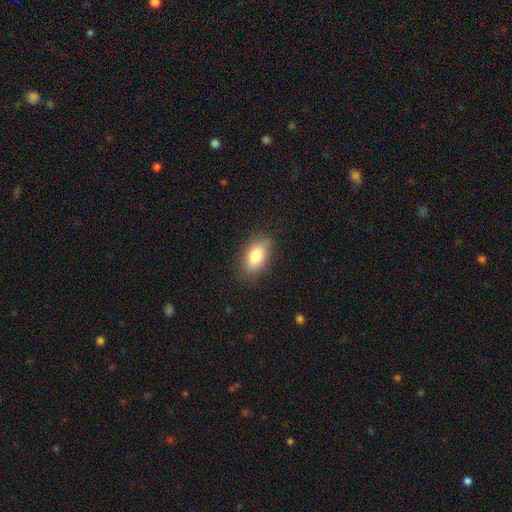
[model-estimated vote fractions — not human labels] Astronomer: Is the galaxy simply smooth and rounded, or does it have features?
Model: smooth — 79%.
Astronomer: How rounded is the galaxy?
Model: in between — 88%.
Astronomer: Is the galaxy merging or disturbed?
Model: none — 84%.